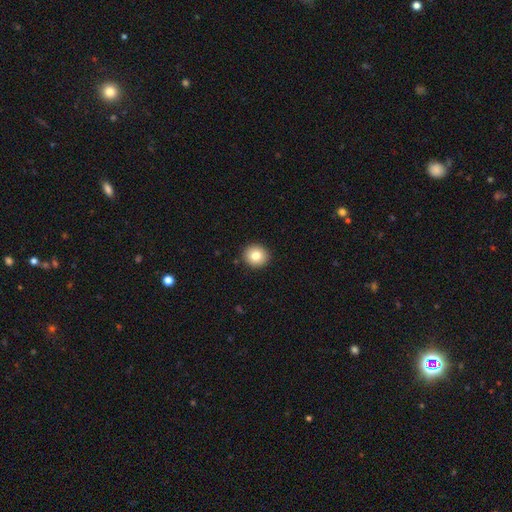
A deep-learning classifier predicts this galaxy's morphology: smooth-or-featured: smooth: 81% | featured or disk: 10% | star or artifact: 10%
  how-rounded: round: 89% | in between: 10% | cigar-shaped: 1%
  merging: none: 92% | minor disturbance: 6% | major disturbance: 2% | merger: 1%